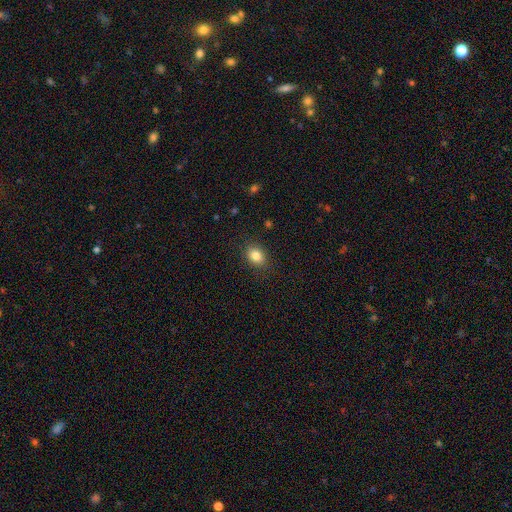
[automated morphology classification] type=smooth (84%); roundness=in between (64%); merging=none (86%).